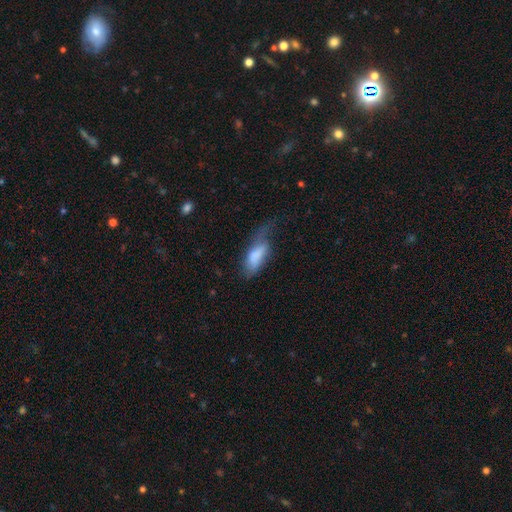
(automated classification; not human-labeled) Q: Smooth or featured?
A: smooth (73%); runner-up: featured or disk (20%)
Q: How rounded?
A: in between (80%); runner-up: cigar-shaped (17%)
Q: Merging?
A: major disturbance (42%); runner-up: minor disturbance (30%)